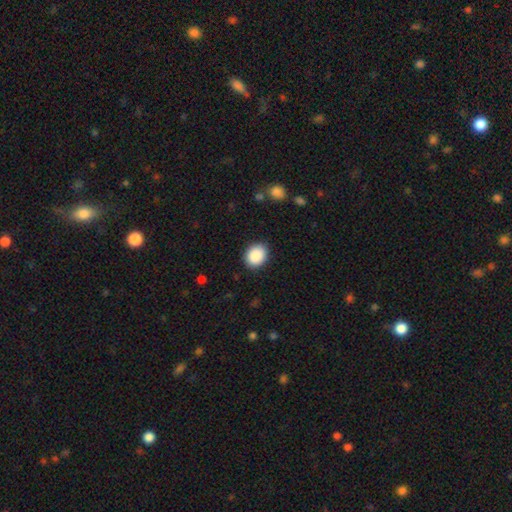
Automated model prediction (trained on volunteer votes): Smooth or featured? Predicted: smooth (p=0.89). How rounded? Predicted: round (p=0.57). Merging? Predicted: none (p=0.88).